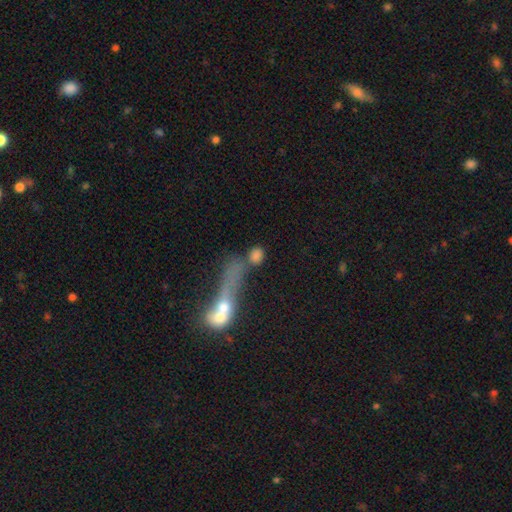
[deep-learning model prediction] Overall: smooth (74%). How rounded: round (48%; in between 42%). Merging: none (41%; merger 37%).